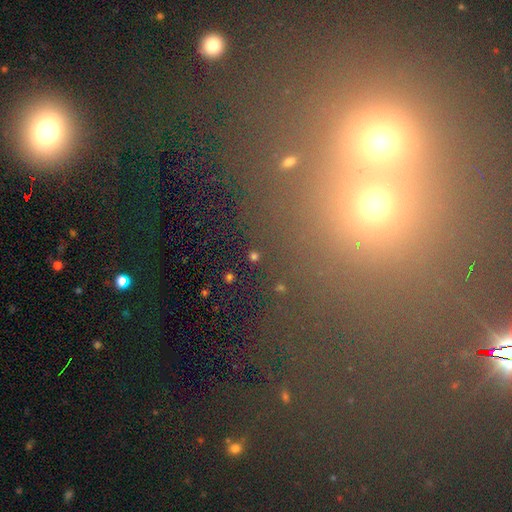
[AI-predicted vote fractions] smooth_or_featured: star or artifact (p=0.50) [alt: smooth p=0.37]